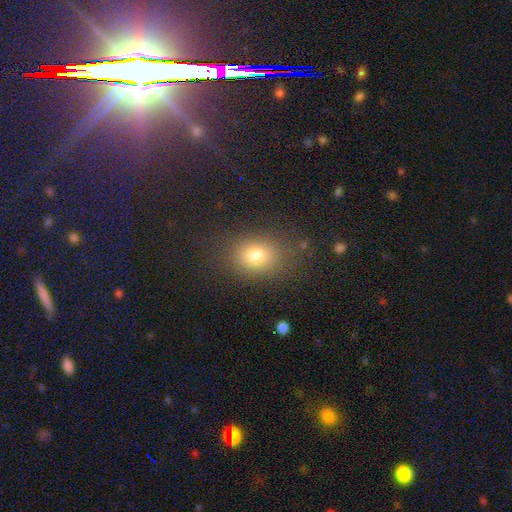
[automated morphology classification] Smooth or featured: smooth — 77% (star or artifact — 14%)
How rounded: in between — 53% (round — 45%)
Merging: none — 80% (minor disturbance — 12%)